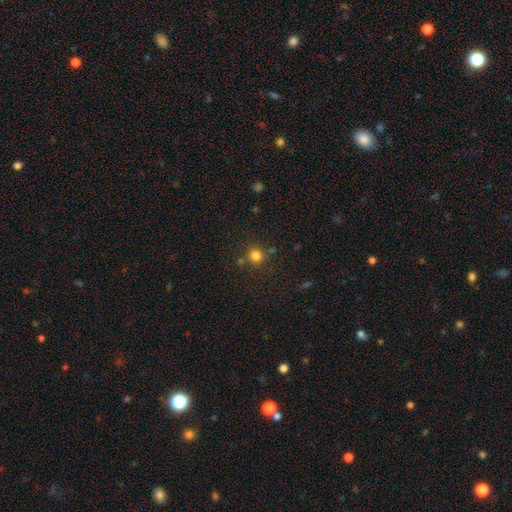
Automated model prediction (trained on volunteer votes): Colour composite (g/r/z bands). It shows a smooth galaxy with no disk features (81%) that is round (87%). Merging: none (78%).